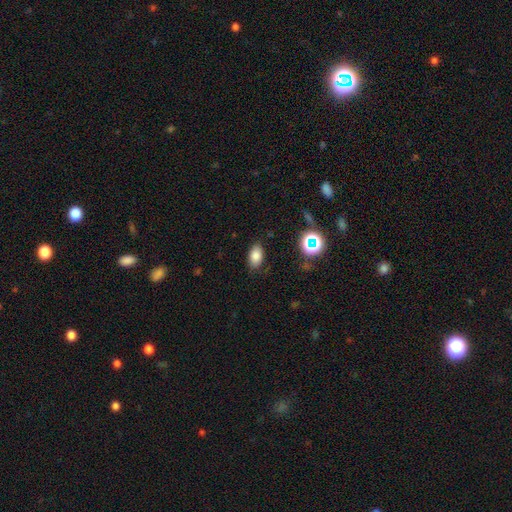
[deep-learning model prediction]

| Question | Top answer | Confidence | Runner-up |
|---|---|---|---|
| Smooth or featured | smooth | 80% | star or artifact (13%) |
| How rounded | in between | 90% | round (8%) |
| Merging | none | 83% | minor disturbance (12%) |